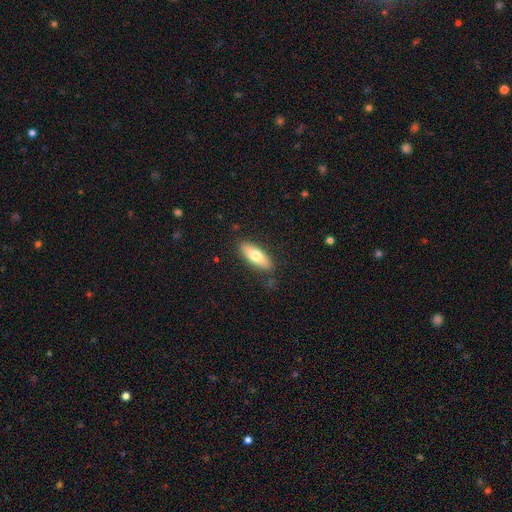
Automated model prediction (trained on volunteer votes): Morphology: type=smooth (69%); roundness=in between (69%); merging=none (85%).